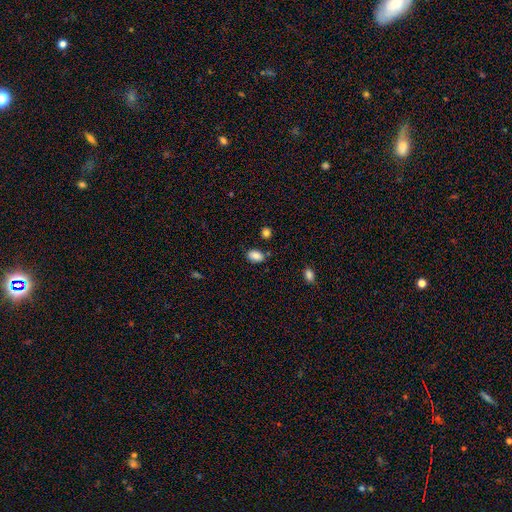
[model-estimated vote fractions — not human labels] Overall: smooth (86%). How rounded: in between (87%). Merging: none (76%).